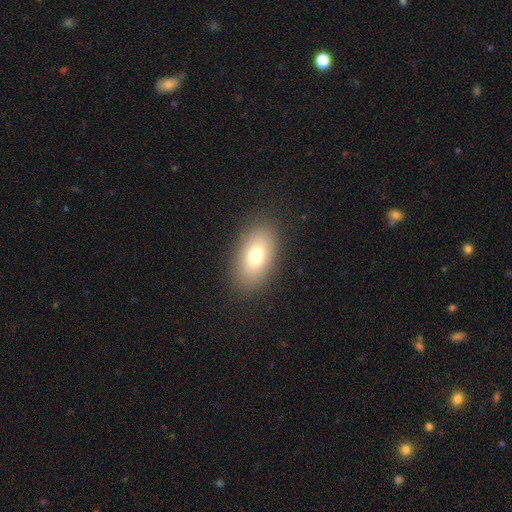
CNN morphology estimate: A smooth galaxy with no disk features (74%) that is in between round and cigar-shaped (90%).

Vote fractions:
- Smooth or featured? smooth: 74% / featured or disk: 15% / star or artifact: 10%
- How rounded? in between: 90% / round: 8% / cigar-shaped: 3%
- Merging? none: 87% / minor disturbance: 9% / major disturbance: 4% / merger: 1%